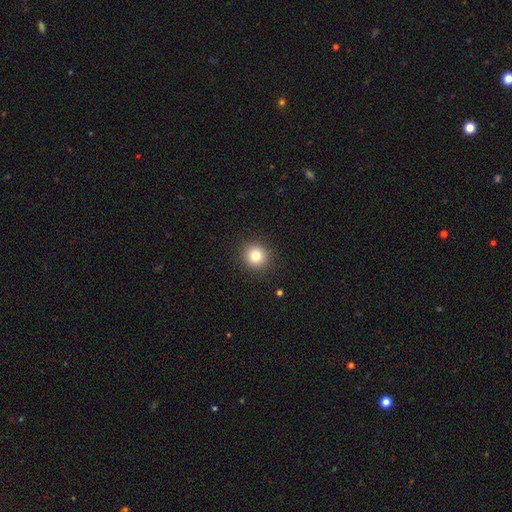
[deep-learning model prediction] smooth 81%, star or artifact 12%, featured or disk 7%. Down the decision tree: how rounded — round (91%); merging — none (92%).